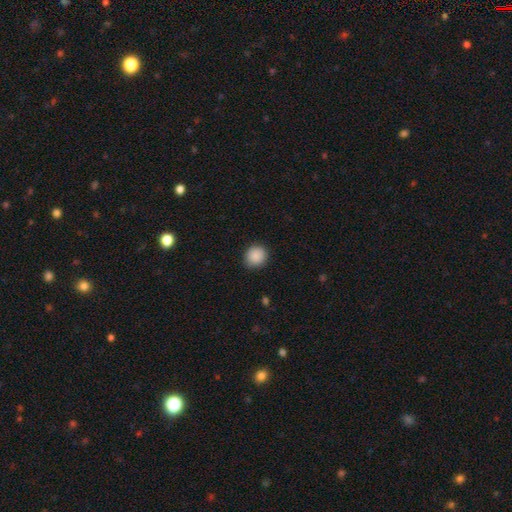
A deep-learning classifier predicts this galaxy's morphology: Smooth or featured? Predicted: smooth (p=0.89). How rounded? Predicted: round (p=0.86). Merging? Predicted: none (p=0.88).